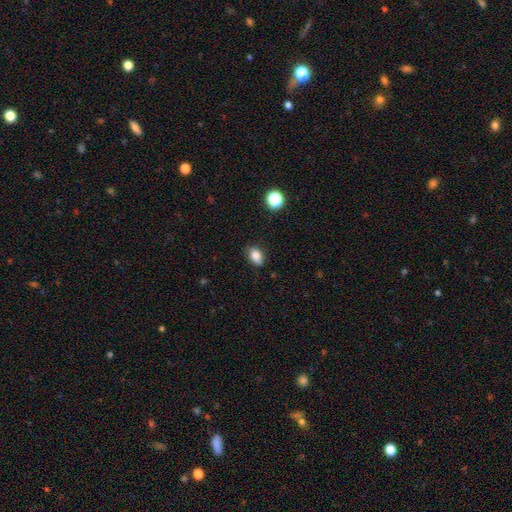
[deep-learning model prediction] Smooth or featured? smooth (85%)
How rounded? in between (83%)
Merging? none (79%)